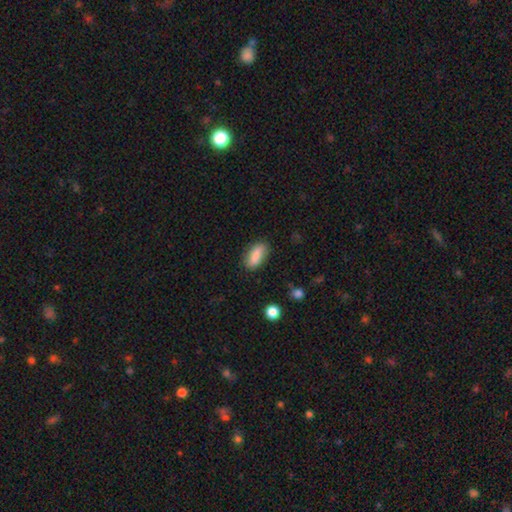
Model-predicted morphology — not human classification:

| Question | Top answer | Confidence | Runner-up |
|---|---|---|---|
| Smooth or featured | smooth | 86% | featured or disk (7%) |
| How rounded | in between | 80% | cigar-shaped (16%) |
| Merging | none | 79% | minor disturbance (15%) |